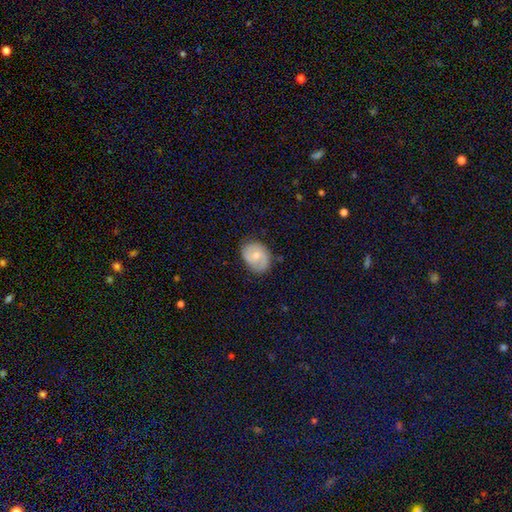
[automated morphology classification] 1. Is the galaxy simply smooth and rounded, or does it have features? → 55% featured or disk, 38% smooth, 6% star or artifact.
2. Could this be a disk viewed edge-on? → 97% no, 3% yes.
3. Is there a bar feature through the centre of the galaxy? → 63% no, 33% weak, 5% strong.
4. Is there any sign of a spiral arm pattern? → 85% yes, 15% no.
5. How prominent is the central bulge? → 54% moderate, 41% small, 2% none, 2% large, 1% dominant.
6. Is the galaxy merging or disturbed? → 72% none, 21% minor disturbance, 5% major disturbance, 1% merger.